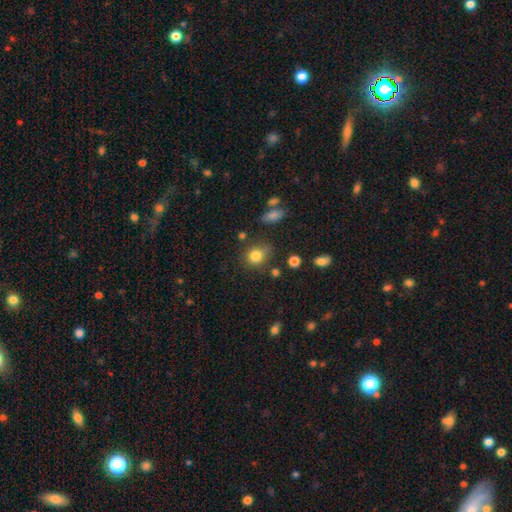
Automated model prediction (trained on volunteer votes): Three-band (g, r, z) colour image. It shows a smooth galaxy with no disk features (82%) that is round (78%). Merging: none (68%).